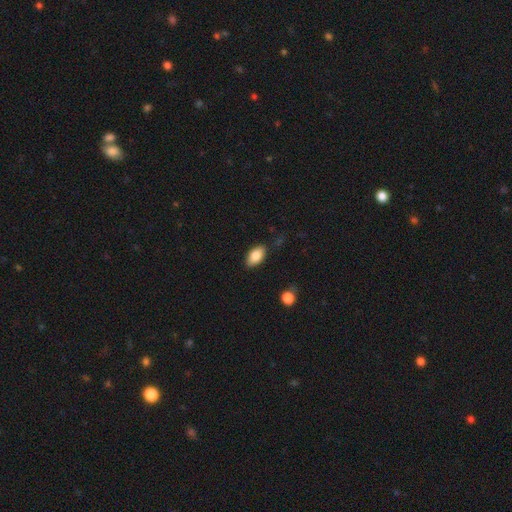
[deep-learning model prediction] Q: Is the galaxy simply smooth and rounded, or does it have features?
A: smooth — 83%.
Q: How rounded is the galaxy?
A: in between — 93%.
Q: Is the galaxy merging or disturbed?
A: none — 83%.